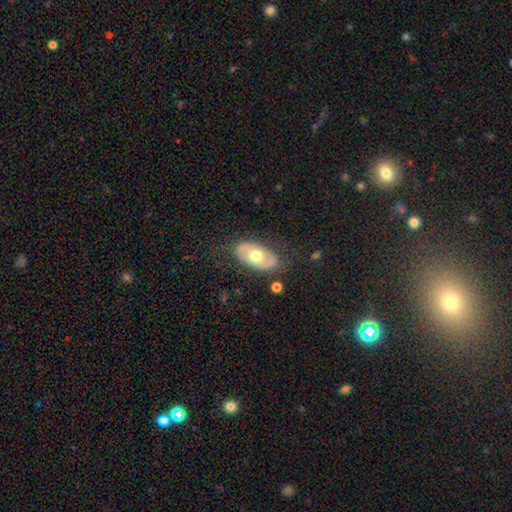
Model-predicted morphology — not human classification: Q: Smooth or featured?
A: featured or disk (53%); runner-up: smooth (41%)
Q: Edge-on disk?
A: no (88%); runner-up: yes (12%)
Q: Merging?
A: none (81%); runner-up: minor disturbance (13%)